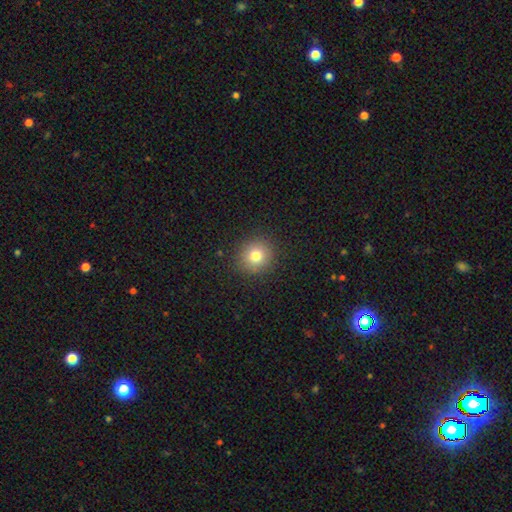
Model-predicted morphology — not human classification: Smooth or featured? Predicted: smooth (p=0.78). How rounded? Predicted: round (p=0.88). Merging? Predicted: none (p=0.89).